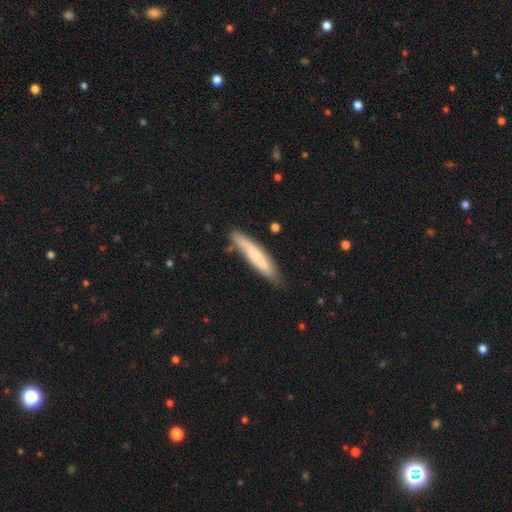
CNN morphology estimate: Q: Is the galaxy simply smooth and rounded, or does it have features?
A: smooth — 59%.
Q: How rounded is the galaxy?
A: cigar-shaped — 88%.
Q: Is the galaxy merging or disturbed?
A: none — 71%.